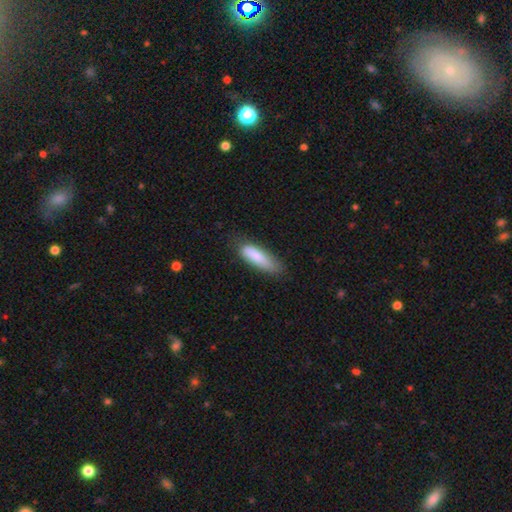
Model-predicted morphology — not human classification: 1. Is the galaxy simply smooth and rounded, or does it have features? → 83% smooth, 11% featured or disk, 6% star or artifact.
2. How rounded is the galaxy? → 51% cigar-shaped, 47% in between, 2% round.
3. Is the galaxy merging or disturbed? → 64% none, 27% minor disturbance, 7% major disturbance, 2% merger.